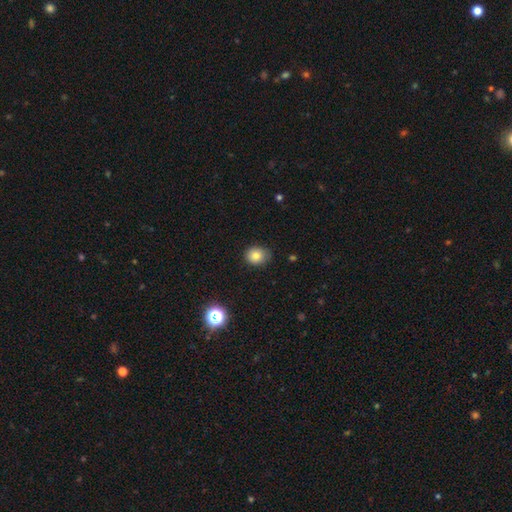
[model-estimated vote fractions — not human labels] This is clearly a smooth galaxy (81%). How rounded: likely round (67%). Merging: likely none (78%).